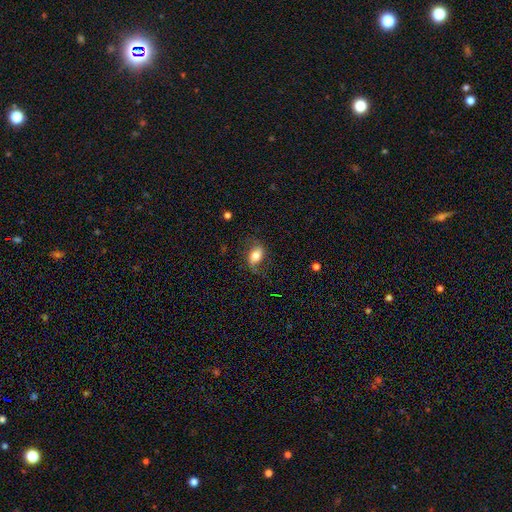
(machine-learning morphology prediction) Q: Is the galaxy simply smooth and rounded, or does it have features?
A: smooth — 65%.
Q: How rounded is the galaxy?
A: in between — 84%.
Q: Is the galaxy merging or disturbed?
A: none — 63%.